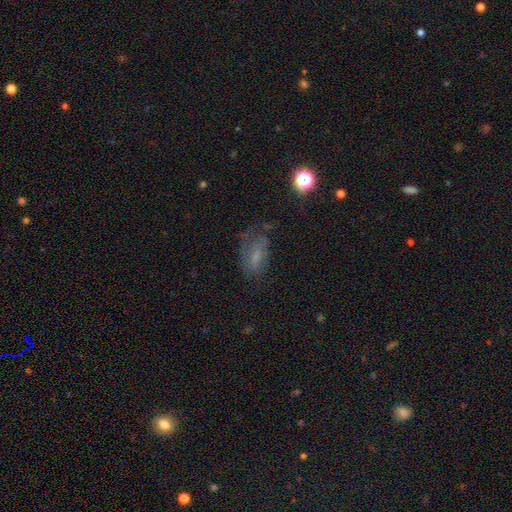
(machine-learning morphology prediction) Overall: smooth (46%; featured or disk 38%). Merging: none (45%; minor disturbance 27%).